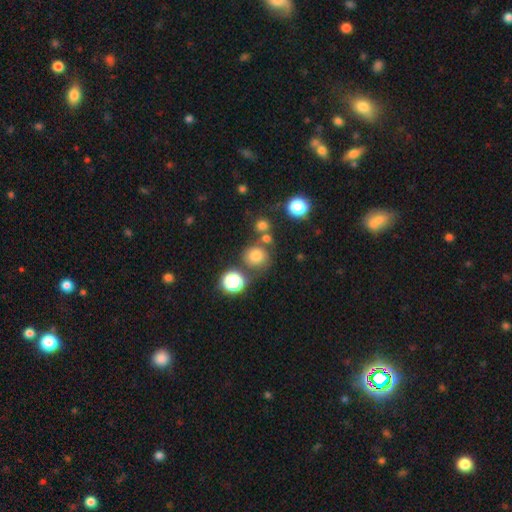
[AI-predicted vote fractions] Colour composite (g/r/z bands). It shows a smooth galaxy with no disk features (73%) that is round (85%). Merging: none (66%).